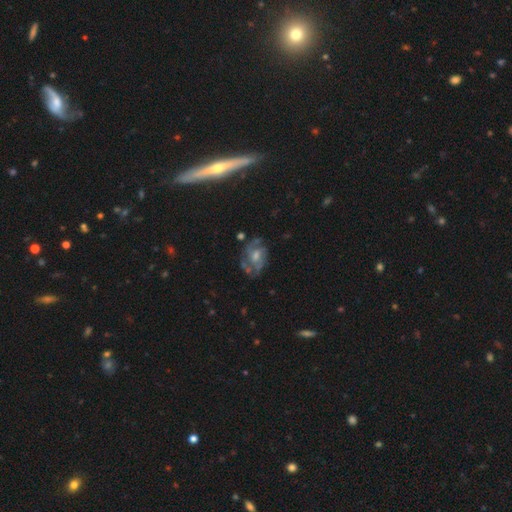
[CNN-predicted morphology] Smooth or featured?
  - featured or disk: 74% *
  - smooth: 16%
  - star or artifact: 10%
Edge-on disk?
  - no: 94% *
  - yes: 6%
Bar?
  - no: 64% *
  - weak: 30%
  - strong: 6%
Spiral arms?
  - yes: 81% *
  - no: 19%
Spiral winding?
  - medium: 43% *
  - tight: 40%
  - loose: 17%
Spiral arm count?
  - 2: 34% *
  - can't tell: 32%
  - 3: 19%
  - 4: 6%
  - 1: 5%
  - more than 4: 4%
Bulge size?
  - moderate: 55% *
  - small: 29%
  - large: 8%
  - none: 6%
  - dominant: 1%
Merging?
  - none: 68% *
  - minor disturbance: 19%
  - major disturbance: 10%
  - merger: 3%